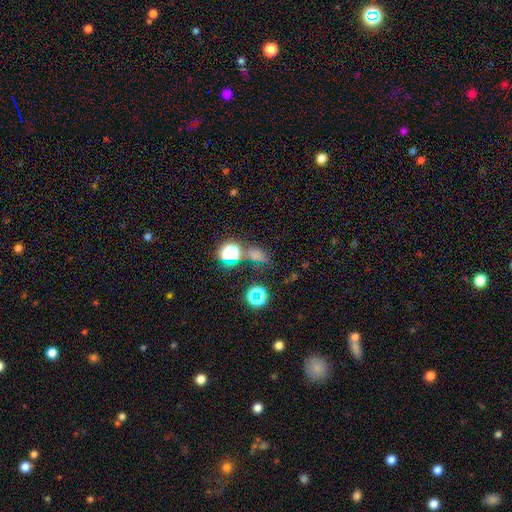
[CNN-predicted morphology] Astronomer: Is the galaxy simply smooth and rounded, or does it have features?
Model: smooth — 53% (runner-up: star or artifact, 38%).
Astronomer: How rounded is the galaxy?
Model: in between — 57% (runner-up: round, 40%).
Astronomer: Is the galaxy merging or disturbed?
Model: none — 60%.